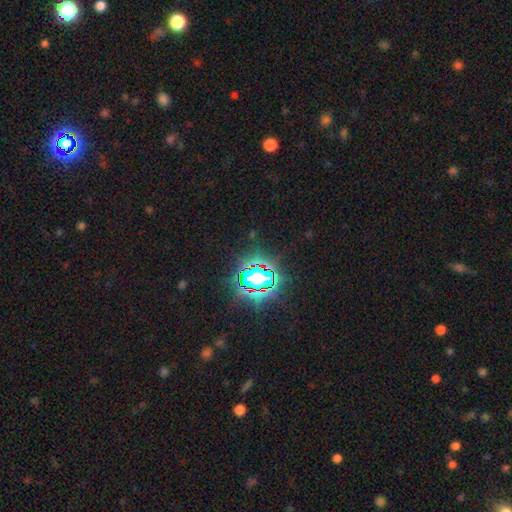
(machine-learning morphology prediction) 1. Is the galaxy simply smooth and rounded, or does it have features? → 79% star or artifact, 13% smooth, 8% featured or disk.